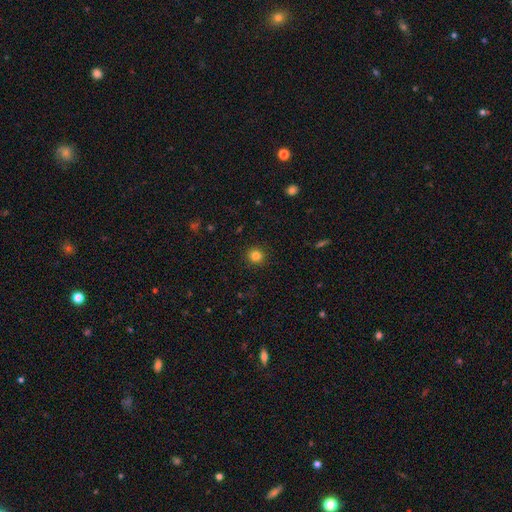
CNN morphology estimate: Smooth or featured: smooth — 82% (star or artifact — 12%)
How rounded: round — 94% (in between — 5%)
Merging: none — 92% (minor disturbance — 5%)